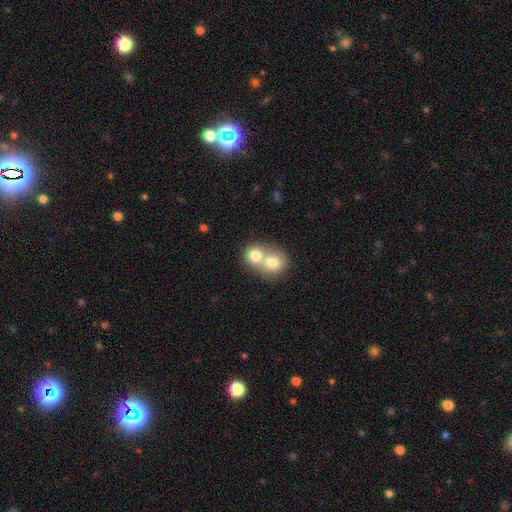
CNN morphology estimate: type=smooth (75%); roundness=round (76%); merging=merger (70%).